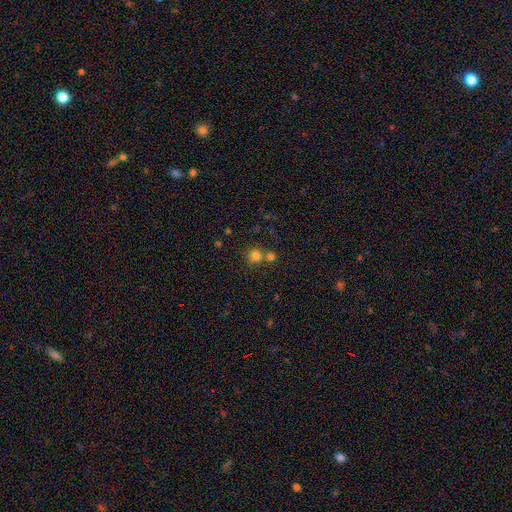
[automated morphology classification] Smooth or featured? Predicted: smooth (p=0.77). How rounded? Predicted: round (p=0.88). Merging? Predicted: none (p=0.57).